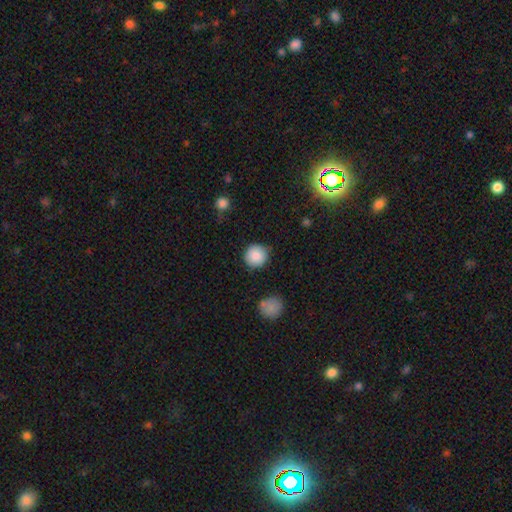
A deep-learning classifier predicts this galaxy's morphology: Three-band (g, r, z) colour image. It shows a smooth galaxy with no disk features (87%) that is round (94%). Merging: none (86%).